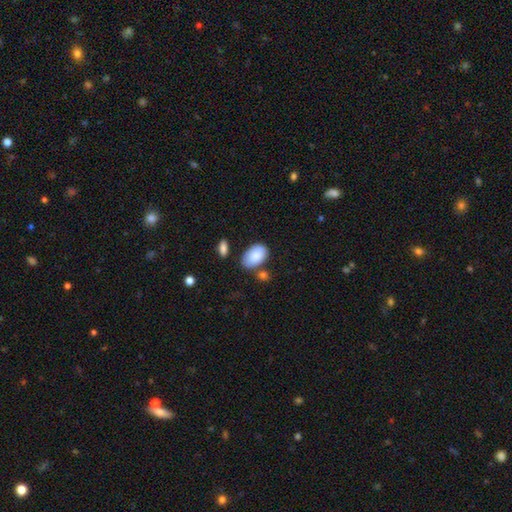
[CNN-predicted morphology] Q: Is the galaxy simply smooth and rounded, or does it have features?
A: smooth — 82%.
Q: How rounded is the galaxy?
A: in between — 92%.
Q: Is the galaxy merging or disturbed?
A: none — 63%.